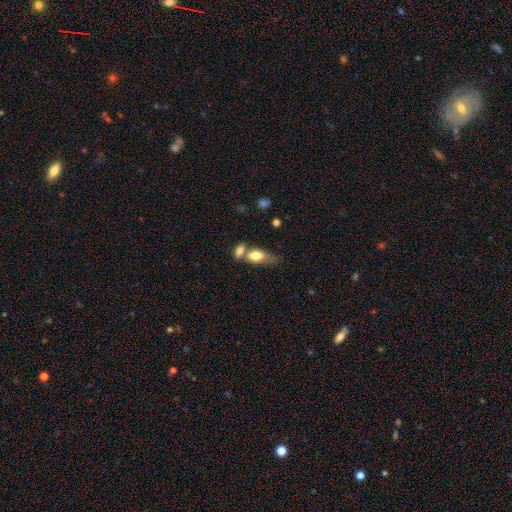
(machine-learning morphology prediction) Smooth or featured? smooth (75%)
How rounded? in between (79%)
Merging? merger (49%)